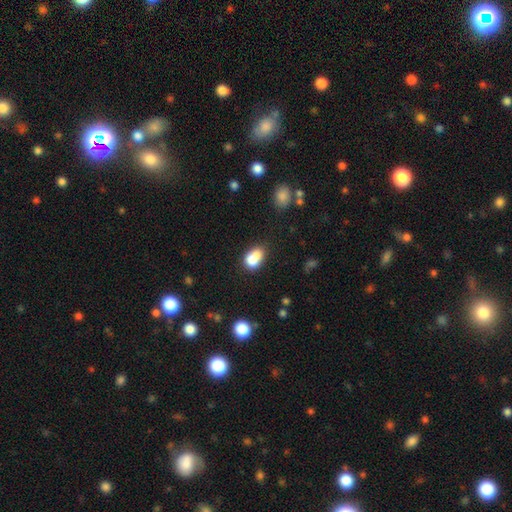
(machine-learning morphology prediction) A smooth galaxy with no disk features (74%) that is in between round and cigar-shaped (61%).

Vote fractions:
- Smooth or featured? smooth: 74% / featured or disk: 16% / star or artifact: 10%
- How rounded? in between: 61% / round: 38% / cigar-shaped: 1%
- Merging? merger: 51% / none: 30% / minor disturbance: 13% / major disturbance: 6%